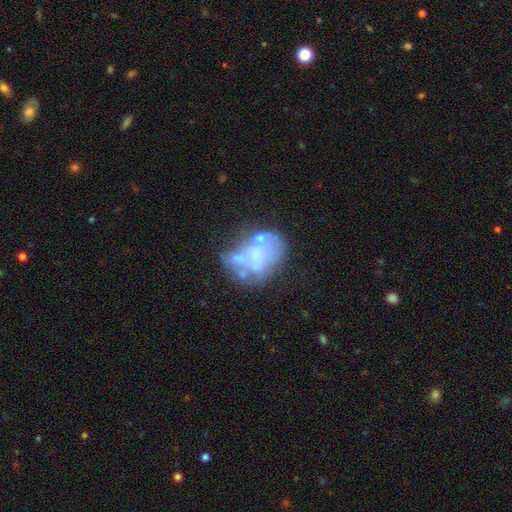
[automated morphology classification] smooth_or_featured: featured or disk (p=0.59) [alt: smooth p=0.29]
disk_edge_on: no (p=0.98) [alt: yes p=0.02]
bar: no (p=0.89) [alt: weak p=0.08]
has_spiral_arms: no (p=0.90) [alt: yes p=0.10]
bulge_size: none (p=0.53) [alt: moderate p=0.21]
merging: none (p=0.34) [alt: merger p=0.25]